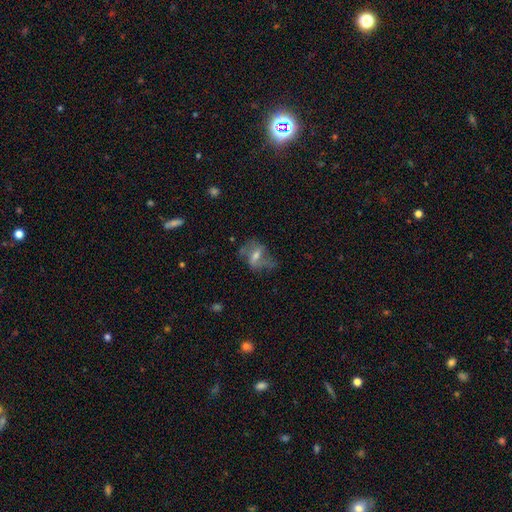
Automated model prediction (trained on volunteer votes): Smooth or featured? Predicted: featured or disk (p=0.56). Edge-on disk? Predicted: no (p=0.91). Bar? Predicted: weak (p=0.42). Spiral arms? Predicted: yes (p=0.54). Bulge size? Predicted: moderate (p=0.47). Merging? Predicted: none (p=0.48).